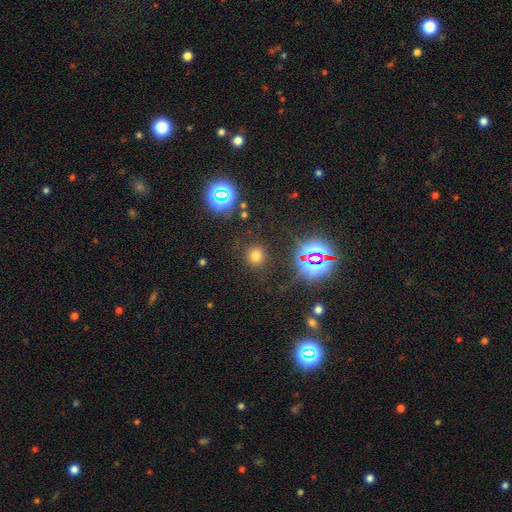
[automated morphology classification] smooth-or-featured: smooth: 65% | star or artifact: 27% | featured or disk: 8%
  how-rounded: round: 88% | in between: 11% | cigar-shaped: 1%
  merging: none: 86% | minor disturbance: 8% | major disturbance: 4% | merger: 2%